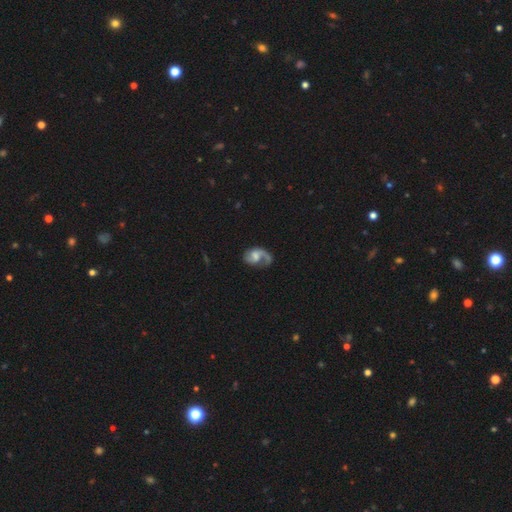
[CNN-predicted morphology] featured or disk 73%, smooth 20%, star or artifact 7%. Down the decision tree: edge-on disk — no (98%); bar — no (53%); spiral arms — yes (91%); spiral arm count — 1 (54%); spiral winding — loose (50%); bulge size — moderate (41%); merging — none (44%).